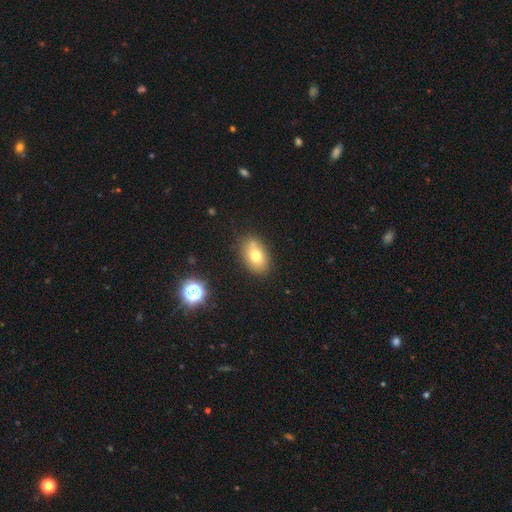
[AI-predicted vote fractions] smooth-or-featured: smooth: 73% | featured or disk: 16% | star or artifact: 11%
  how-rounded: in between: 83% | round: 16% | cigar-shaped: 1%
  merging: none: 74% | minor disturbance: 16% | merger: 7% | major disturbance: 4%